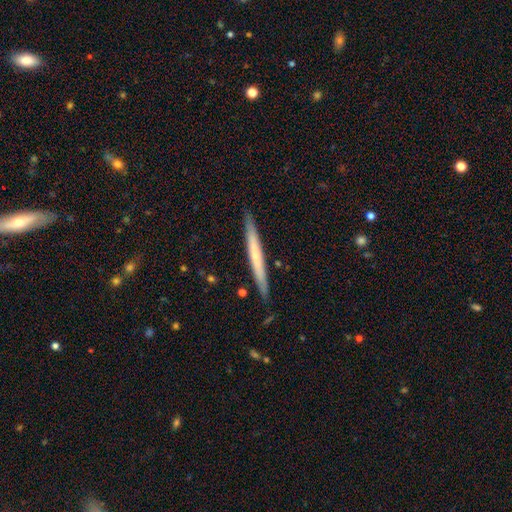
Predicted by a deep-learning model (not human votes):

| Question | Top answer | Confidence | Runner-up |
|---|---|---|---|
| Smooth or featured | smooth | 49% | featured or disk (46%) |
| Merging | none | 89% | minor disturbance (8%) |